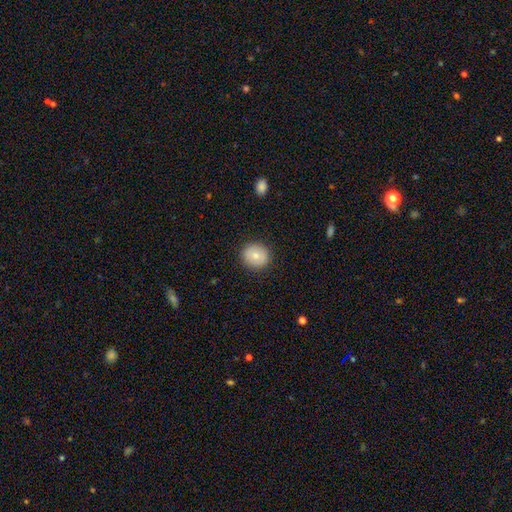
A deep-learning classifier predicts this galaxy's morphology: Smooth or featured? smooth (75%)
How rounded? round (84%)
Merging? none (89%)